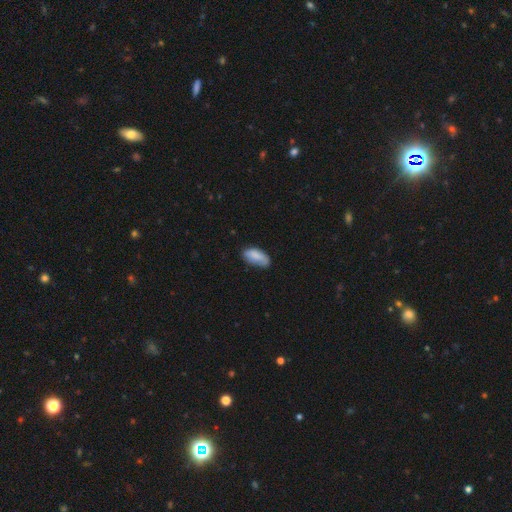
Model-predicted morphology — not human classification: Overall: smooth (82%). How rounded: in between (90%). Merging: none (65%; minor disturbance 28%).